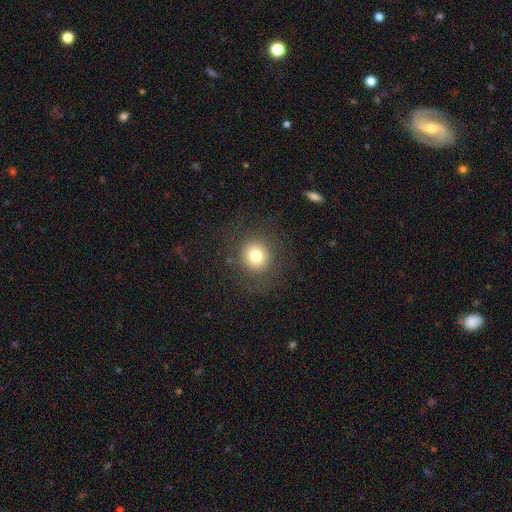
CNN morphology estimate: Overall: smooth (76%). How rounded: round (91%). Merging: none (85%).